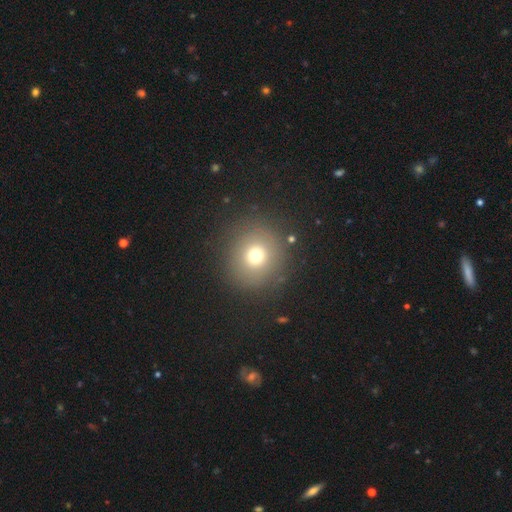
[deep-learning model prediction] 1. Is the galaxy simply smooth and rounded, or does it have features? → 70% smooth, 16% star or artifact, 13% featured or disk.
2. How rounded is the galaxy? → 90% round, 9% in between, 1% cigar-shaped.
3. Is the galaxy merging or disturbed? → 86% none, 8% minor disturbance, 5% major disturbance, 2% merger.